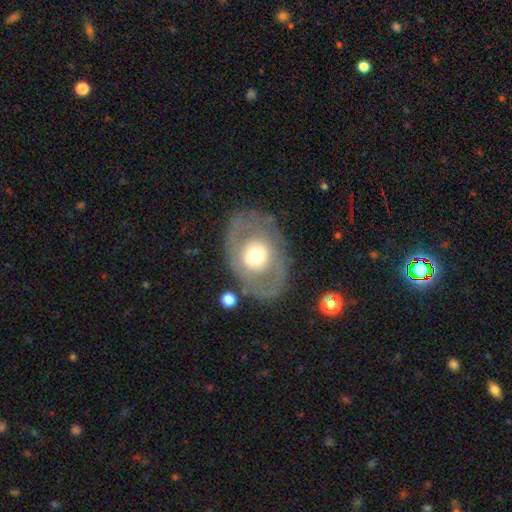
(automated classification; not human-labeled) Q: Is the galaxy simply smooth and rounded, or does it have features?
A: featured or disk — 56%.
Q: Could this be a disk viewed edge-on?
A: no — 92%.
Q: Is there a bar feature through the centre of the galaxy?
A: no — 82%.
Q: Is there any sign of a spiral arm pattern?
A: no — 82%.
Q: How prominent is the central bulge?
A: moderate — 58%.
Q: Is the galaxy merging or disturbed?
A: none — 73%.